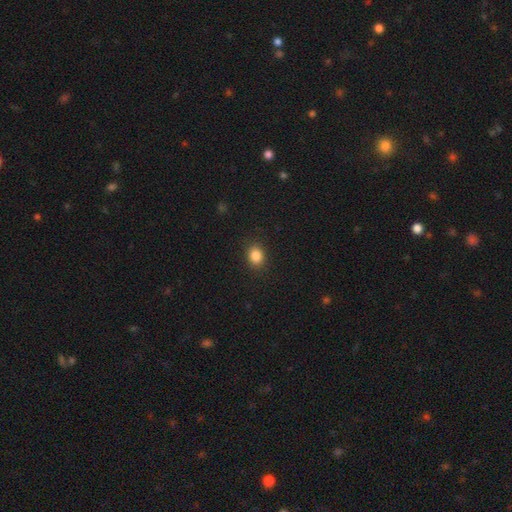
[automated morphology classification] Smooth or featured: smooth — 86% (star or artifact — 10%)
How rounded: round — 53% (in between — 46%)
Merging: none — 89% (minor disturbance — 8%)